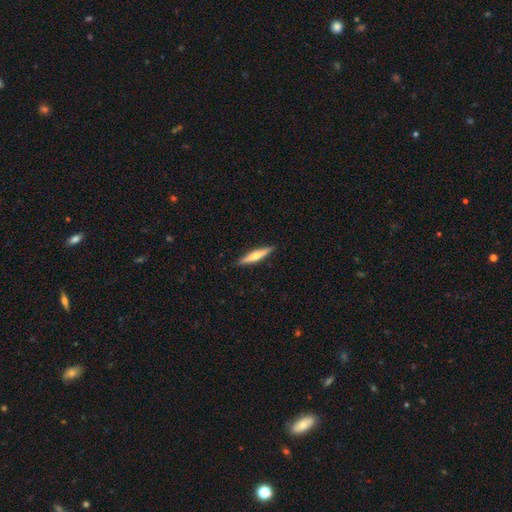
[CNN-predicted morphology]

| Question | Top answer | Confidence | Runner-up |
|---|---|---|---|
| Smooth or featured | smooth | 54% | featured or disk (41%) |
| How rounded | cigar-shaped | 90% | in between (9%) |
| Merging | none | 90% | minor disturbance (7%) |